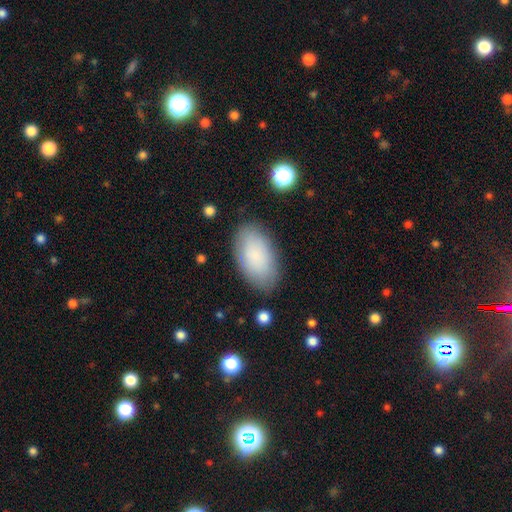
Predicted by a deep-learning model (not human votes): The model was most divided on "merging": none: 83%, minor disturbance: 12%, major disturbance: 3%, merger: 2%. More confident: how rounded — in between (95%); smooth or featured — smooth (83%).